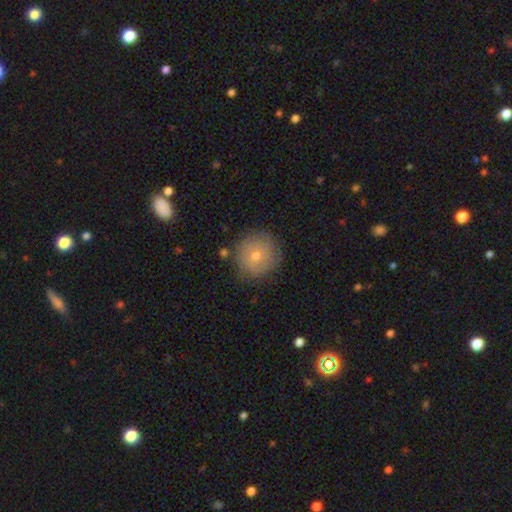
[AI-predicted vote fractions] Smooth or featured? smooth (63%)
How rounded? round (94%)
Merging? none (83%)